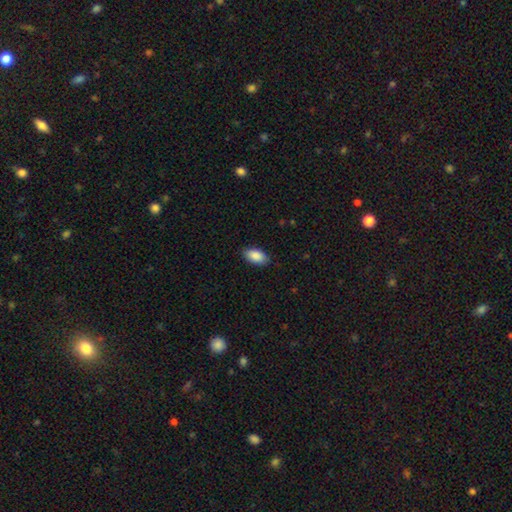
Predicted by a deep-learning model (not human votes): Smooth or featured? smooth (90%)
How rounded? in between (94%)
Merging? none (86%)